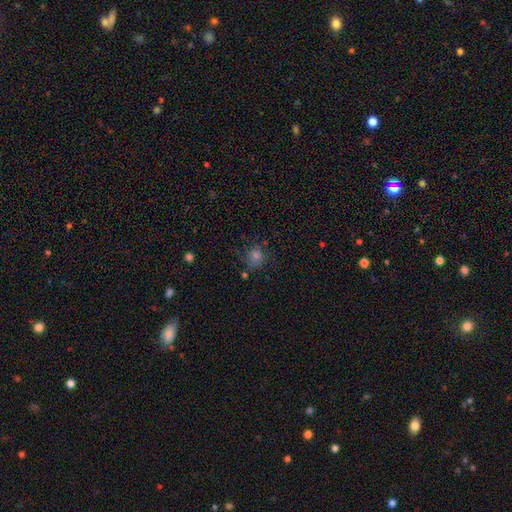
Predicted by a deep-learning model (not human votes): Smooth or featured?
  - smooth: 67% *
  - star or artifact: 23%
  - featured or disk: 10%
How rounded?
  - round: 82% *
  - in between: 17%
  - cigar-shaped: 1%
Merging?
  - none: 70% *
  - minor disturbance: 18%
  - major disturbance: 7%
  - merger: 5%